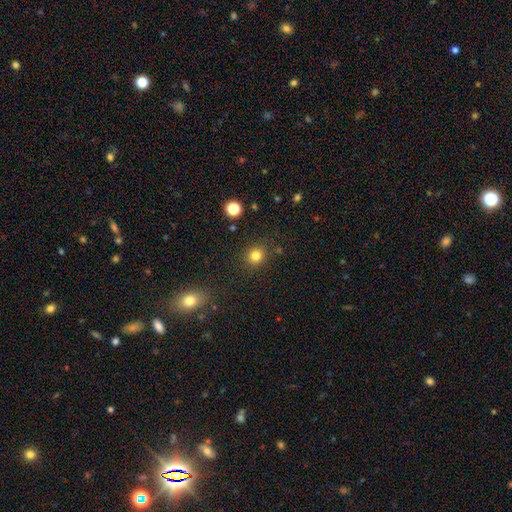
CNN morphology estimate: smooth_or_featured: smooth (p=0.81) [alt: star or artifact p=0.13]
how_rounded: round (p=0.83) [alt: in between p=0.16]
merging: none (p=0.85) [alt: minor disturbance p=0.09]